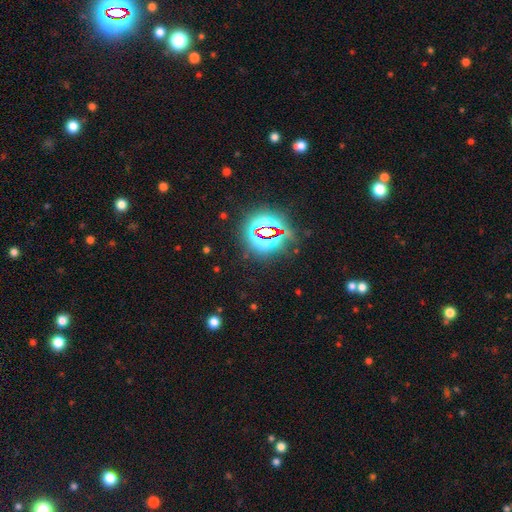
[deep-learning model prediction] smooth_or_featured: star or artifact (p=0.85) [alt: smooth p=0.09]